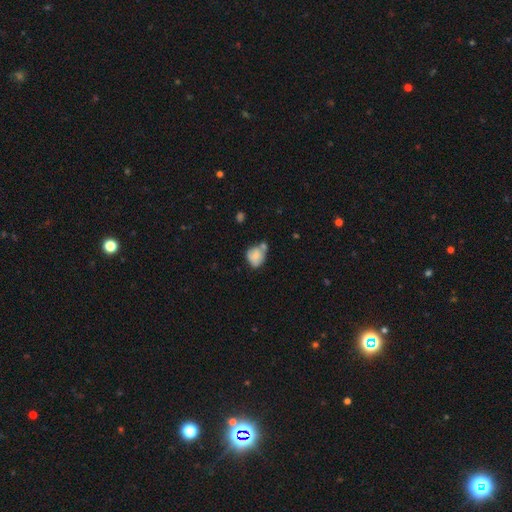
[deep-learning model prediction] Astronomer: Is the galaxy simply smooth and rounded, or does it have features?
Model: smooth — 70%.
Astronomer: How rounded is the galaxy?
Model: in between — 53% (runner-up: round, 46%).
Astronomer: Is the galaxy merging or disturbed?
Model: none — 34% (runner-up: merger, 29%).